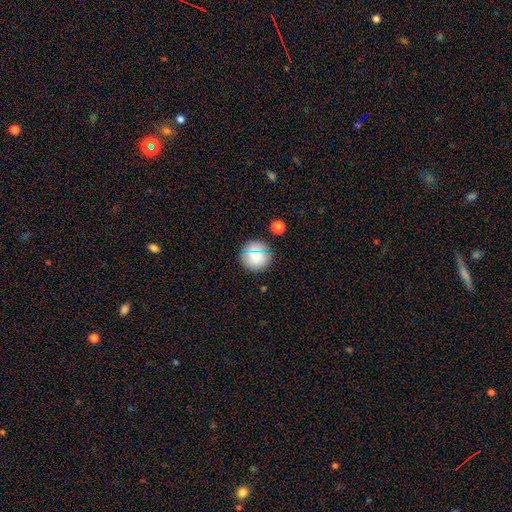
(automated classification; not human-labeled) Smooth or featured?
  - smooth: 78% *
  - star or artifact: 15%
  - featured or disk: 7%
How rounded?
  - round: 93% *
  - in between: 6%
  - cigar-shaped: 1%
Merging?
  - none: 87% *
  - minor disturbance: 8%
  - merger: 3%
  - major disturbance: 2%